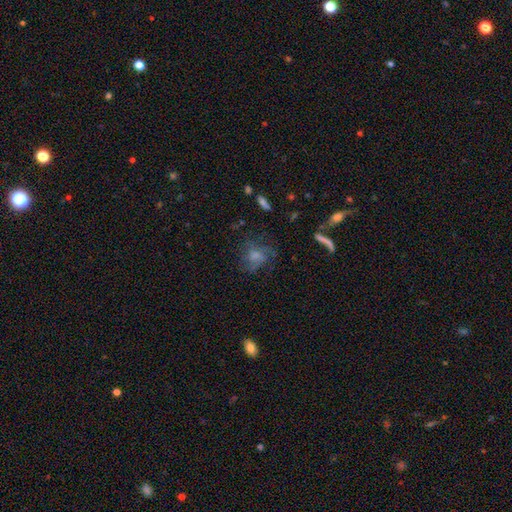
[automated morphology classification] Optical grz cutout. It shows a smooth galaxy with no disk features (48%). Merging: none (51%).